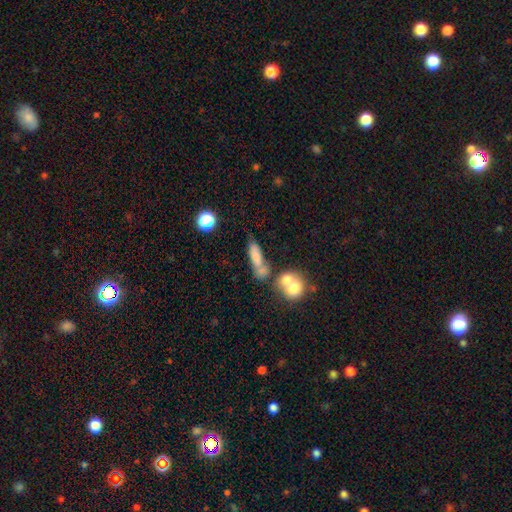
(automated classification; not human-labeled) smooth_or_featured: smooth (p=0.71) [alt: featured or disk p=0.18]
how_rounded: cigar-shaped (p=0.49) [alt: in between p=0.44]
merging: none (p=0.40) [alt: merger p=0.39]